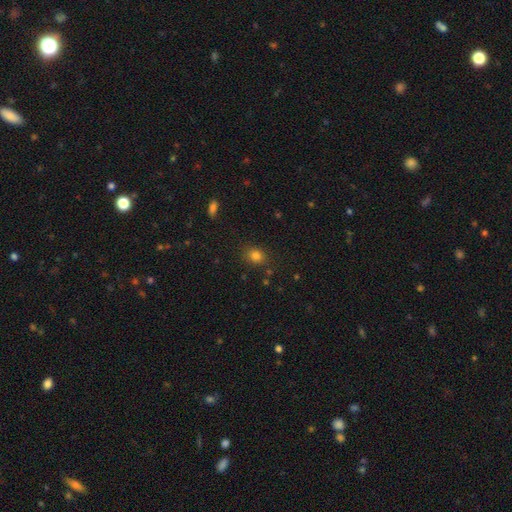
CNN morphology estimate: A smooth galaxy with no disk features (81%) that is round (61%). Merging: none (83%).